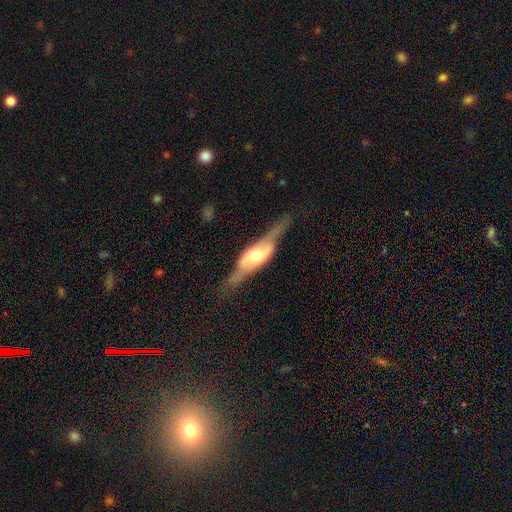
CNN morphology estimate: Overall: featured or disk (74%). Edge-on disk: yes (71%). Edge-on bulge: rounded (73%). Merging: none (62%; minor disturbance 23%).